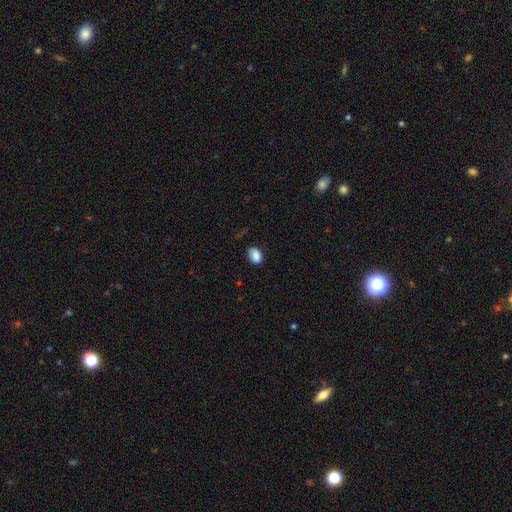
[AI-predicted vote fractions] Smooth or featured? smooth (87%)
How rounded? in between (79%)
Merging? none (75%)